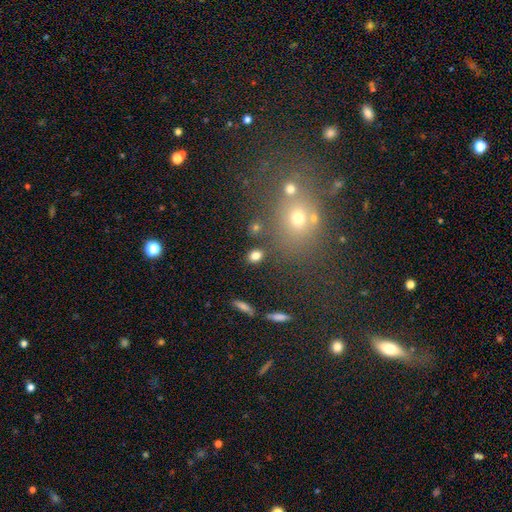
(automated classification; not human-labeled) A smooth galaxy with no disk features (80%) that is in between round and cigar-shaped (52%). Merging: none (81%).